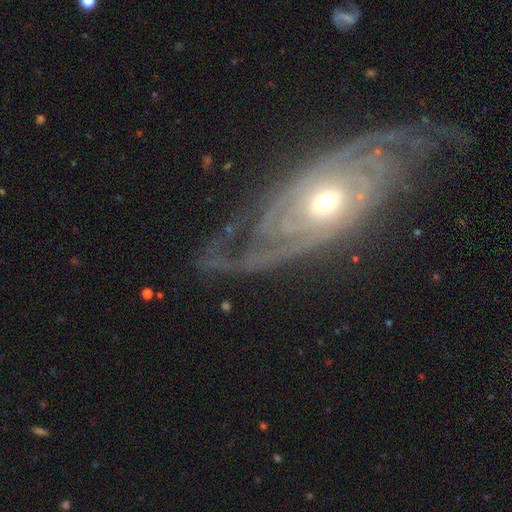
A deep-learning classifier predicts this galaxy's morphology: type=featured or disk (87%); edge-on=no (90%); bar=no (69%); spiral arms=yes (95%); winding=tight (71%); arm count=can't tell (30%); bulge=moderate (55%); merging=none (73%).